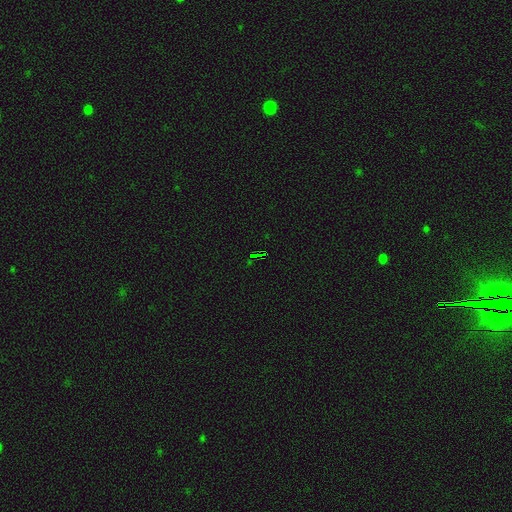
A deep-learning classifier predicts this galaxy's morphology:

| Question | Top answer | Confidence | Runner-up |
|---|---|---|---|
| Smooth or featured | star or artifact | 79% | smooth (11%) |